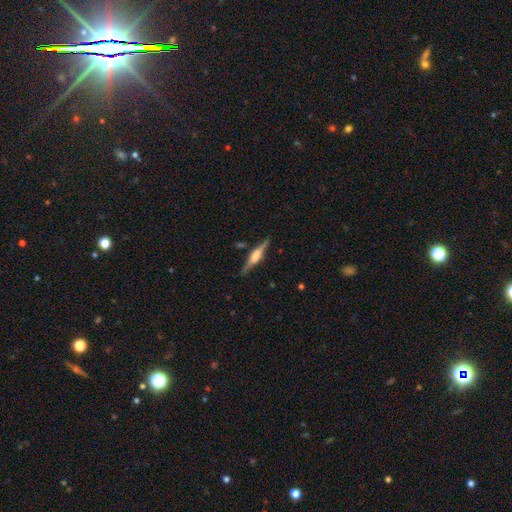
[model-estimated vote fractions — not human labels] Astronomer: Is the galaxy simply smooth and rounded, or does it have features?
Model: featured or disk — 73%.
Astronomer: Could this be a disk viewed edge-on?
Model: yes — 97%.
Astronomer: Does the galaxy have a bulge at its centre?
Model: rounded — 67%.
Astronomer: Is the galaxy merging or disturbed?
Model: none — 87%.